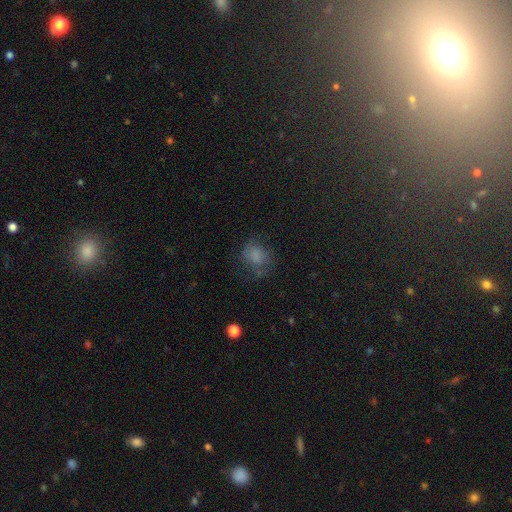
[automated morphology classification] smooth_or_featured: smooth (p=0.65) [alt: featured or disk p=0.20]
how_rounded: round (p=0.62) [alt: in between p=0.37]
merging: none (p=0.55) [alt: minor disturbance p=0.24]